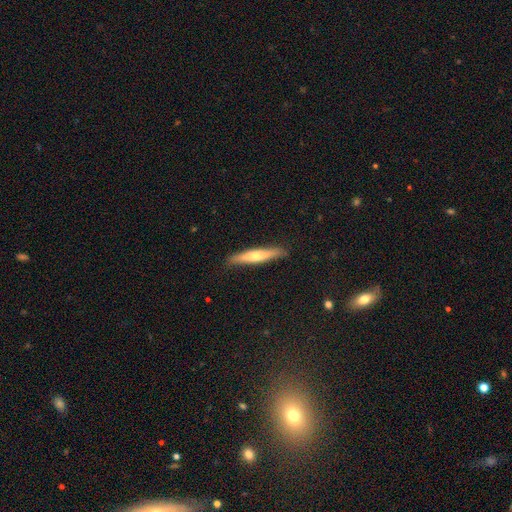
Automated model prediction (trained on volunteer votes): Overall: featured or disk (48%; smooth 47%). Merging: none (88%).